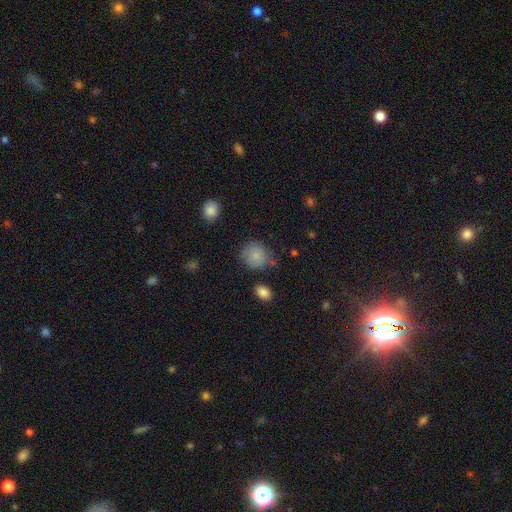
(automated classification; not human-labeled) Q: Smooth or featured?
A: smooth (83%); runner-up: star or artifact (9%)
Q: How rounded?
A: round (84%); runner-up: in between (16%)
Q: Merging?
A: none (72%); runner-up: minor disturbance (18%)